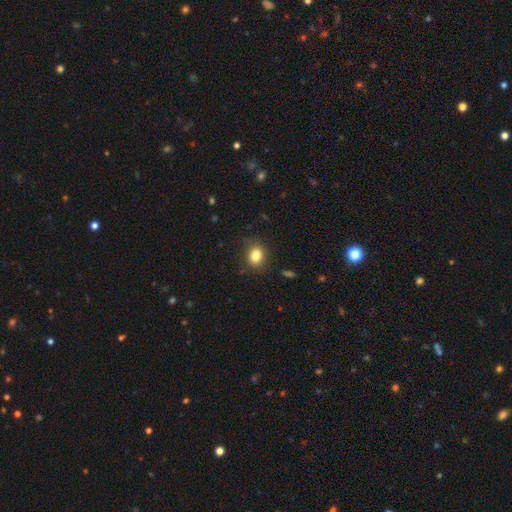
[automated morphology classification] Overall: smooth (82%). How rounded: round (50%; in between 49%). Merging: none (83%).